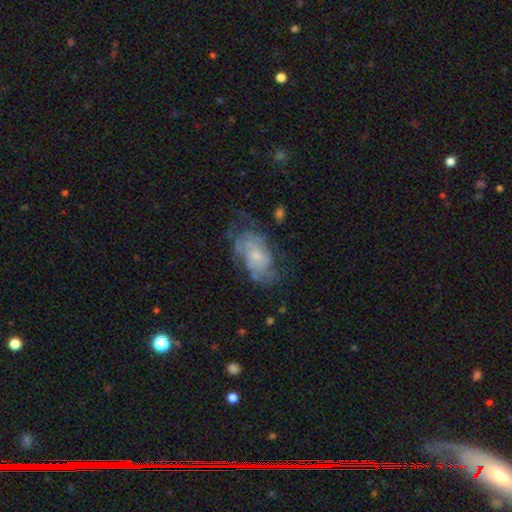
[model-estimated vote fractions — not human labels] This is likely a featured or disk galaxy (67%). It is clearly not viewed edge-on (95%). Bar: likely no (73%). Spiral arm pattern: likely yes (75%). Central bulge: likely small (61%). Merging: possibly none (52%).